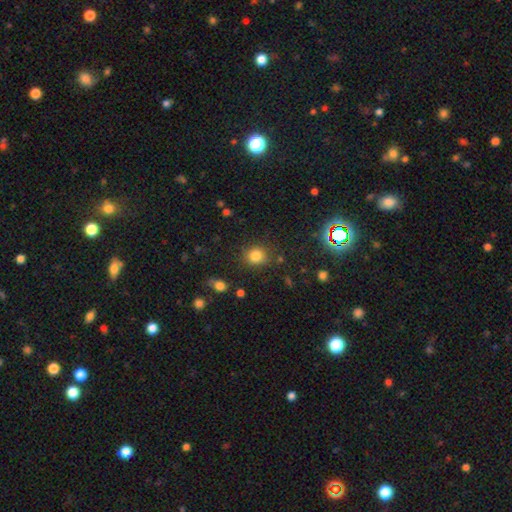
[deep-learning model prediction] Morphology: type=smooth (81%); roundness=round (84%); merging=none (81%).